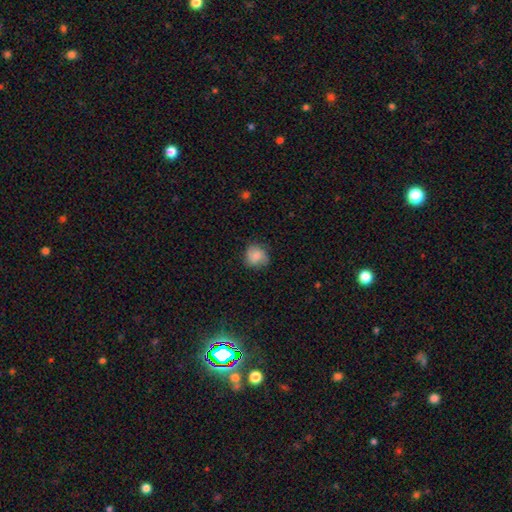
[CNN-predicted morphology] Q: Smooth or featured?
A: smooth (78%); runner-up: featured or disk (13%)
Q: How rounded?
A: round (78%); runner-up: in between (21%)
Q: Merging?
A: none (70%); runner-up: minor disturbance (23%)